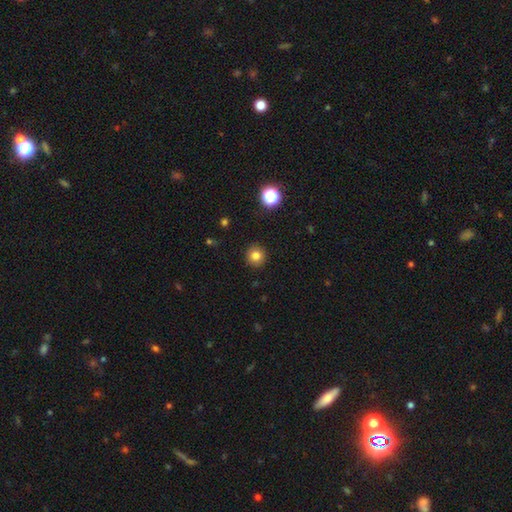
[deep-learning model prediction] smooth_or_featured: smooth (p=0.81) [alt: star or artifact p=0.13]
how_rounded: round (p=0.92) [alt: in between p=0.07]
merging: none (p=0.91) [alt: minor disturbance p=0.06]